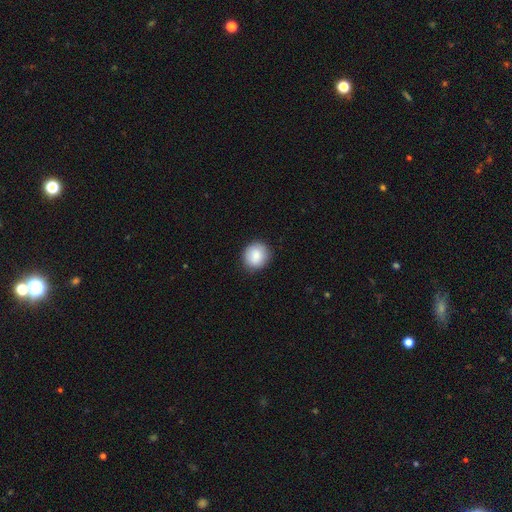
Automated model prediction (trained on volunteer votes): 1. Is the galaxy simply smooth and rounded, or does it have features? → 85% smooth, 8% star or artifact, 7% featured or disk.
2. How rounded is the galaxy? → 85% round, 14% in between, 1% cigar-shaped.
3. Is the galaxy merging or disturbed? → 88% none, 9% minor disturbance, 2% major disturbance, 1% merger.